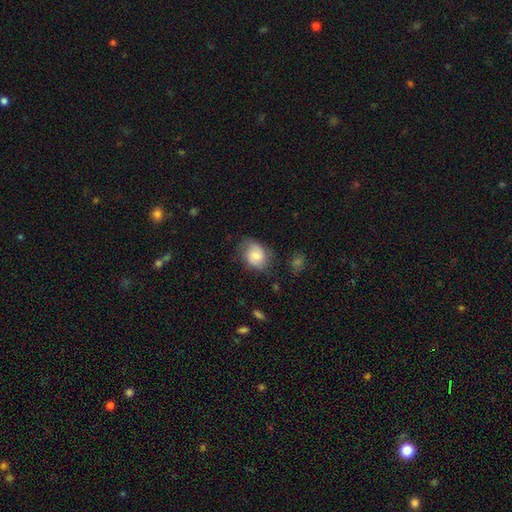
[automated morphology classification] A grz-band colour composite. It shows a smooth galaxy with no disk features (69%) that is in between round and cigar-shaped (55%). Merging: none (60%).